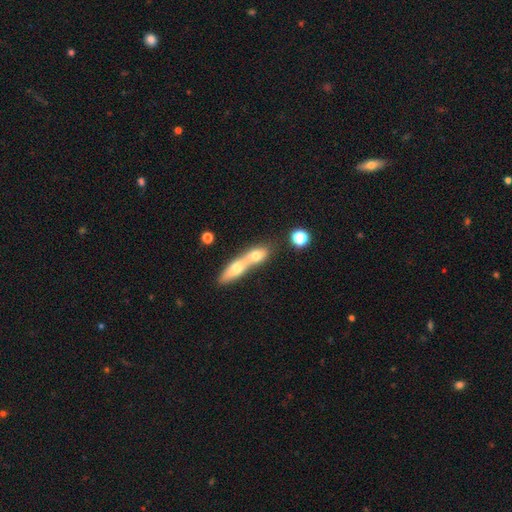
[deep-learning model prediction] smooth_or_featured: smooth (p=0.67) [alt: featured or disk p=0.25]
how_rounded: in between (p=0.49) [alt: cigar-shaped p=0.31]
merging: merger (p=0.71) [alt: none p=0.20]